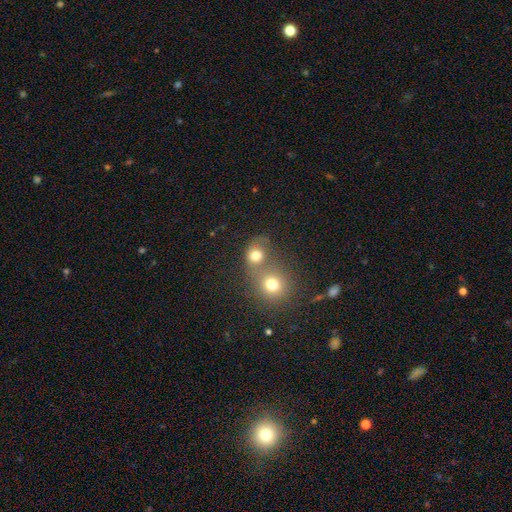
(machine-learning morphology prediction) The model was most divided on "merging": merger: 54%, none: 33%, minor disturbance: 7%, major disturbance: 5%. More confident: smooth or featured — smooth (74%); how rounded — round (74%).